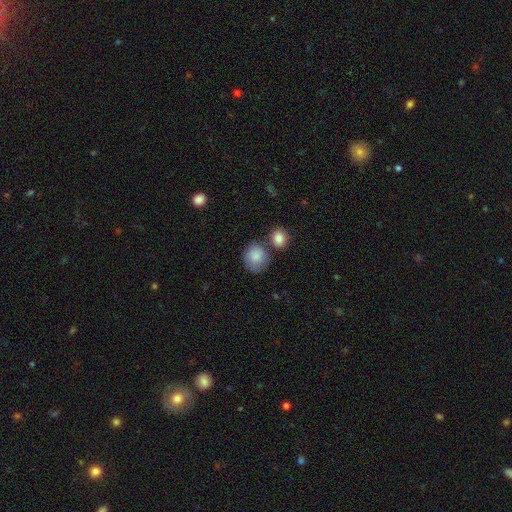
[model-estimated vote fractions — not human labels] smooth_or_featured: smooth (p=0.86) [alt: star or artifact p=0.07]
how_rounded: round (p=0.75) [alt: in between p=0.24]
merging: none (p=0.59) [alt: minor disturbance p=0.19]